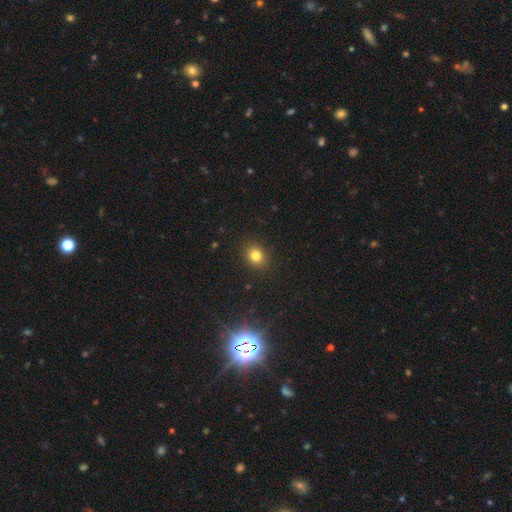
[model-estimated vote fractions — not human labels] The model was most divided on "how rounded": round: 60%, in between: 39%, cigar-shaped: 1%. More confident: merging — none (89%); smooth or featured — smooth (80%).